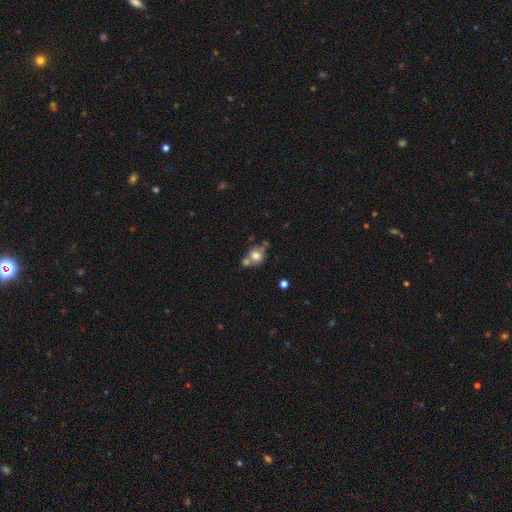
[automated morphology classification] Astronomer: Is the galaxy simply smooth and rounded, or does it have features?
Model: smooth — 72%.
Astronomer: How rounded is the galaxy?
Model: round — 69%.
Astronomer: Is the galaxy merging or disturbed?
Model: none — 43% (runner-up: merger, 38%).